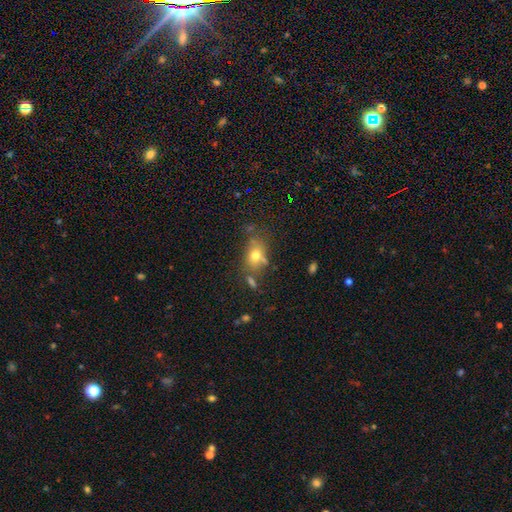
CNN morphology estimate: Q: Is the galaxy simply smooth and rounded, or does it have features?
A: smooth — 72%.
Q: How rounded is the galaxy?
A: in between — 68%.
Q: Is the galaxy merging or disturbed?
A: none — 58%.